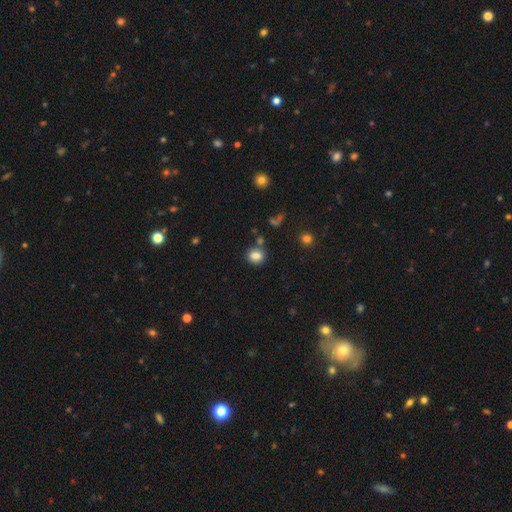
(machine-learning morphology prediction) A smooth galaxy with no disk features (82%) that is round (70%).

Vote fractions:
- Smooth or featured? smooth: 82% / star or artifact: 11% / featured or disk: 7%
- How rounded? round: 70% / in between: 29% / cigar-shaped: 1%
- Merging? none: 74% / minor disturbance: 12% / merger: 11% / major disturbance: 3%